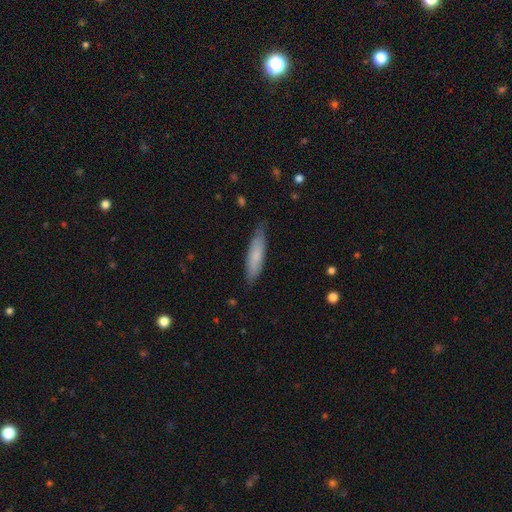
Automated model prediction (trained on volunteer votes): This is likely a smooth galaxy (75%). How rounded: likely cigar-shaped (74%). Merging: clearly none (81%).